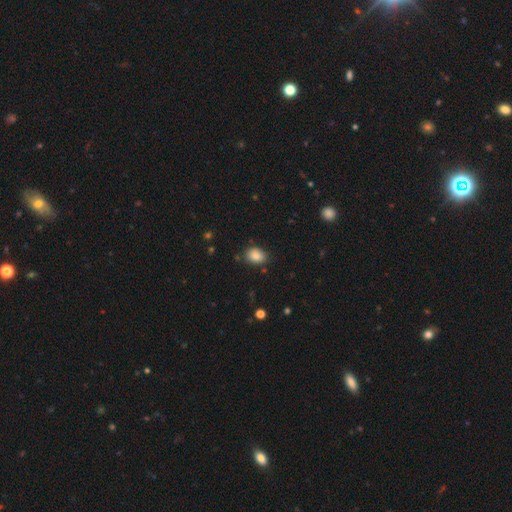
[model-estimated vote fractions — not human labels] smooth 87%, star or artifact 9%, featured or disk 4%. Down the decision tree: how rounded — in between (71%); merging — none (82%).